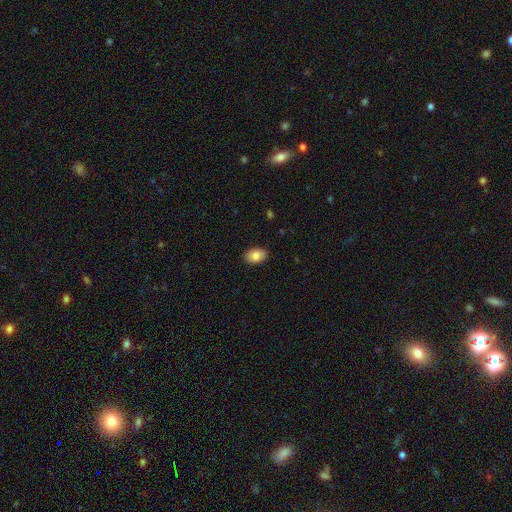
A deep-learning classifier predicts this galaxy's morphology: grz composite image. It shows a smooth galaxy with no disk features (82%) that is in between round and cigar-shaped (86%). Merging: none (88%).